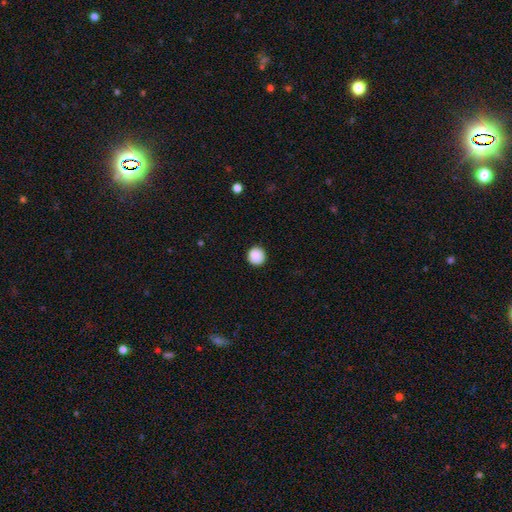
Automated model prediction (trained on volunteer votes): Q: Smooth or featured?
A: smooth (88%); runner-up: star or artifact (9%)
Q: How rounded?
A: round (94%); runner-up: in between (5%)
Q: Merging?
A: none (90%); runner-up: minor disturbance (7%)